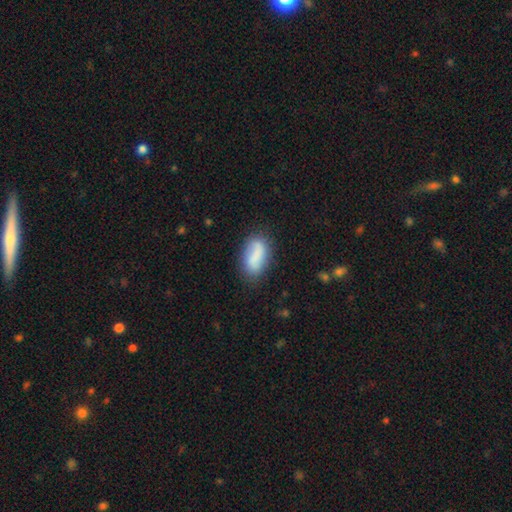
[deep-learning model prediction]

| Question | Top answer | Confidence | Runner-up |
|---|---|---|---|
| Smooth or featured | smooth | 70% | featured or disk (23%) |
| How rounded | in between | 89% | cigar-shaped (6%) |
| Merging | none | 68% | minor disturbance (20%) |